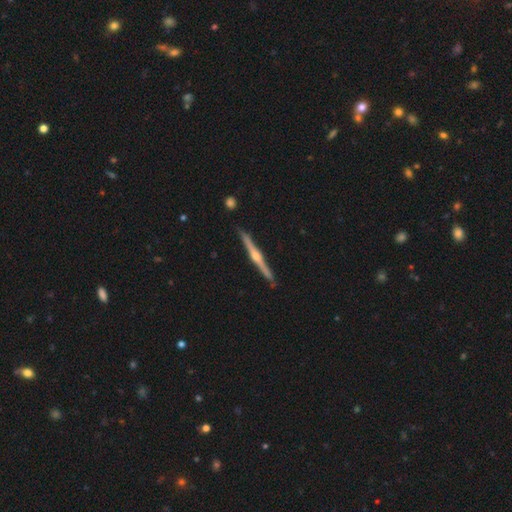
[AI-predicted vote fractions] Smooth or featured? Predicted: featured or disk (p=0.82). Edge-on disk? Predicted: yes (p=0.99). Edge-on bulge? Predicted: rounded (p=0.89). Merging? Predicted: none (p=0.90).